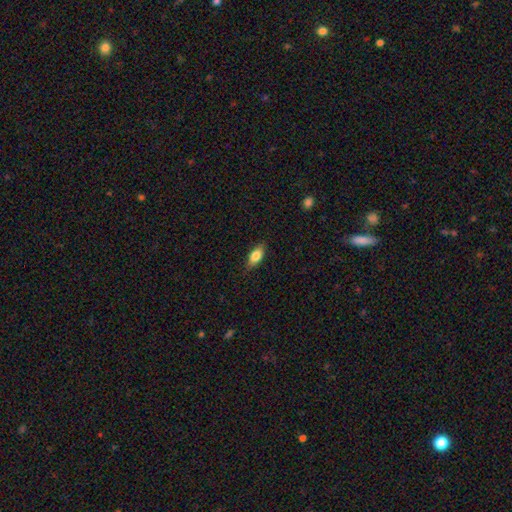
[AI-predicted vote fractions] smooth-or-featured: smooth: 78% | featured or disk: 15% | star or artifact: 7%
  how-rounded: in between: 83% | cigar-shaped: 12% | round: 4%
  merging: none: 84% | minor disturbance: 12% | major disturbance: 3% | merger: 1%